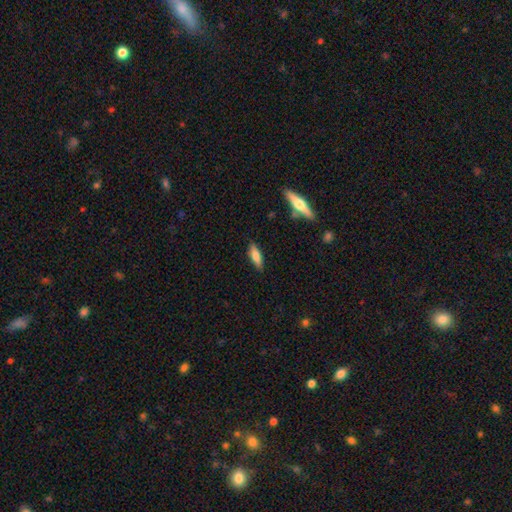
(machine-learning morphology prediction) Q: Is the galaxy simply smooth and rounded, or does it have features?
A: smooth — 71%.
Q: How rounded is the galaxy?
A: cigar-shaped — 50%.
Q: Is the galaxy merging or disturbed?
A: none — 84%.